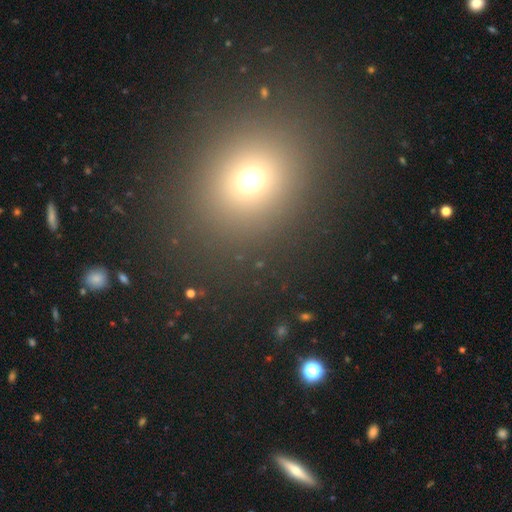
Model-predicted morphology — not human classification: type=smooth (62%); roundness=round (74%); merging=none (90%).